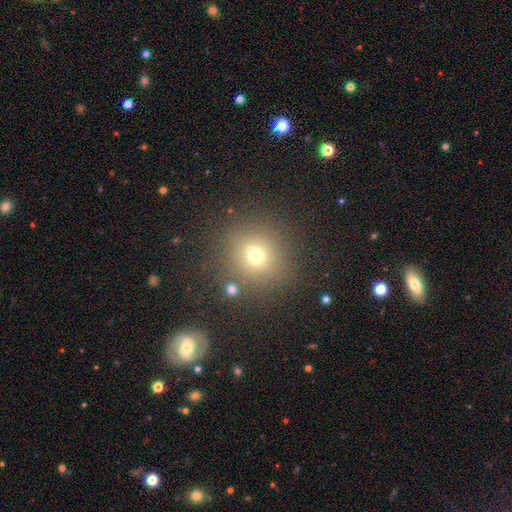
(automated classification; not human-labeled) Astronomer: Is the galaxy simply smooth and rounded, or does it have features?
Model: smooth — 64%.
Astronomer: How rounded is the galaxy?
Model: round — 91%.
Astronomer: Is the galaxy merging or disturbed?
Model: none — 74%.